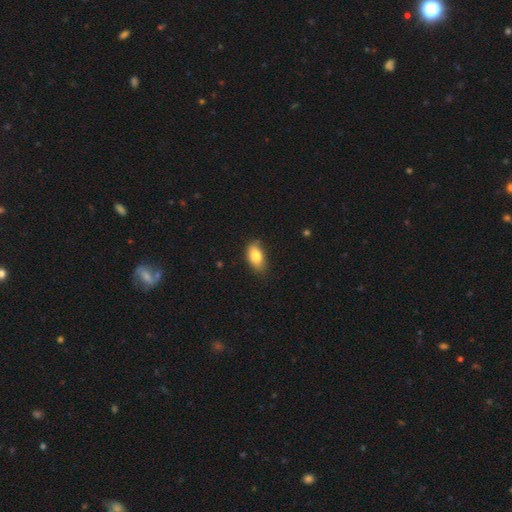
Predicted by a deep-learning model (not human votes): A smooth galaxy with no disk features (82%) that is in between round and cigar-shaped (91%).

Vote fractions:
- Smooth or featured? smooth: 82% / featured or disk: 11% / star or artifact: 7%
- How rounded? in between: 91% / round: 6% / cigar-shaped: 4%
- Merging? none: 70% / minor disturbance: 24% / major disturbance: 4% / merger: 2%